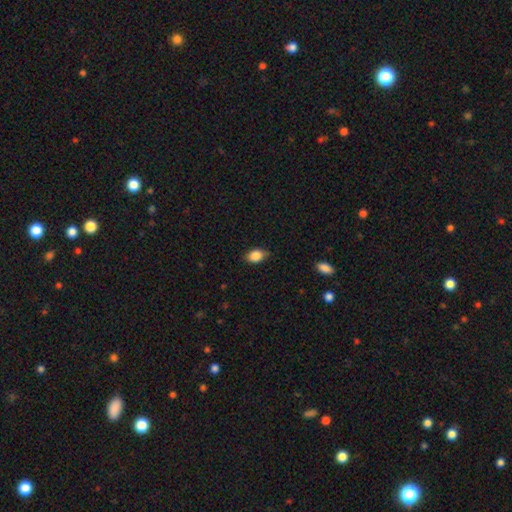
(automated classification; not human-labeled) Smooth or featured? smooth (85%)
How rounded? in between (78%)
Merging? none (77%)